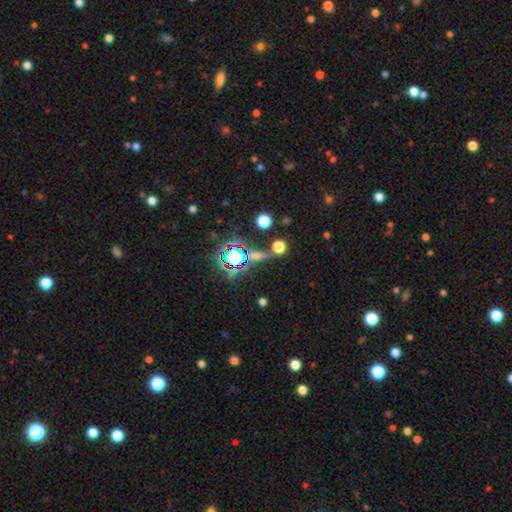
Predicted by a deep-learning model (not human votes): Smooth or featured? Predicted: star or artifact (p=0.56).